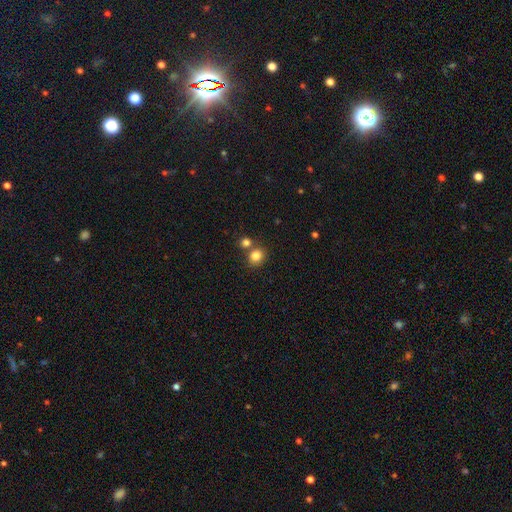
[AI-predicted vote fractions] The model was most divided on "merging": none: 63%, merger: 27%, minor disturbance: 8%, major disturbance: 3%. More confident: smooth or featured — smooth (82%); how rounded — round (80%).